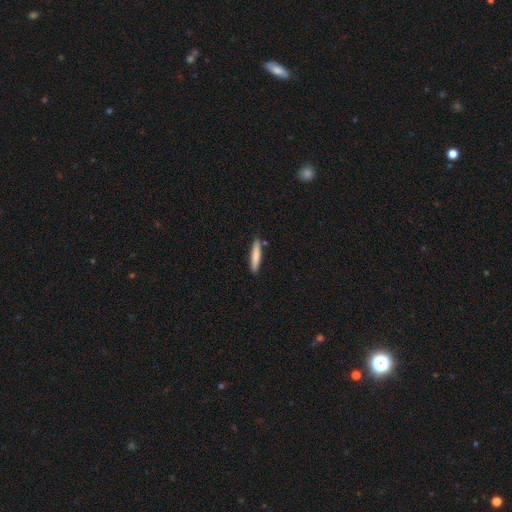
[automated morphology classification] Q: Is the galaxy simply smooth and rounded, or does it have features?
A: smooth — 78%.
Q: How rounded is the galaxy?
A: cigar-shaped — 90%.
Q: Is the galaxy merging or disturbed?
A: none — 85%.